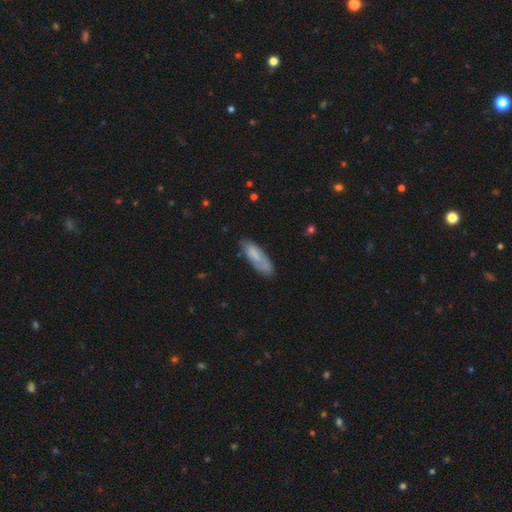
Smooth or featured? 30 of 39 (77%) said smooth. How rounded? 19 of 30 (63%) said in between. Merging? 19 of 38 (50%) said none.